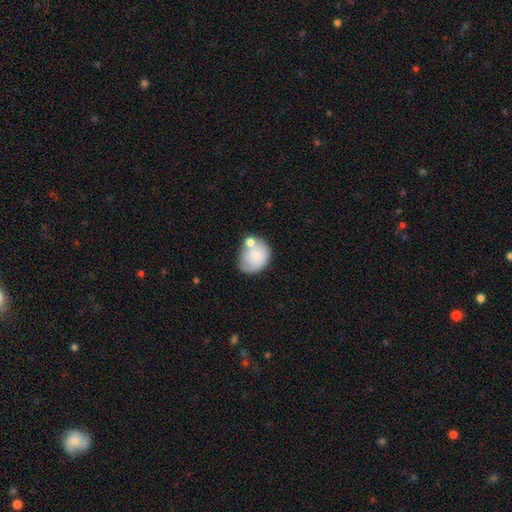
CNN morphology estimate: Overall: smooth (62%; featured or disk 30%). How rounded: round (58%; in between 41%). Merging: none (41%; merger 25%).